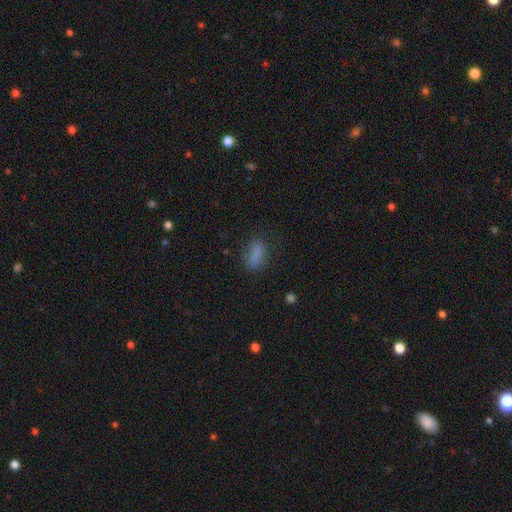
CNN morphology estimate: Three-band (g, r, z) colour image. It shows a smooth galaxy with no disk features (79%) that is in between round and cigar-shaped (82%). Merging: none (65%).